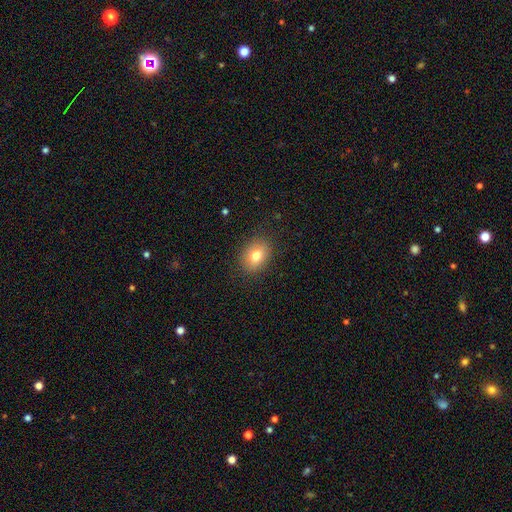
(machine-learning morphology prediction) The model was most divided on "how rounded": in between: 67%, round: 31%, cigar-shaped: 1%. More confident: merging — none (86%); smooth or featured — smooth (78%).